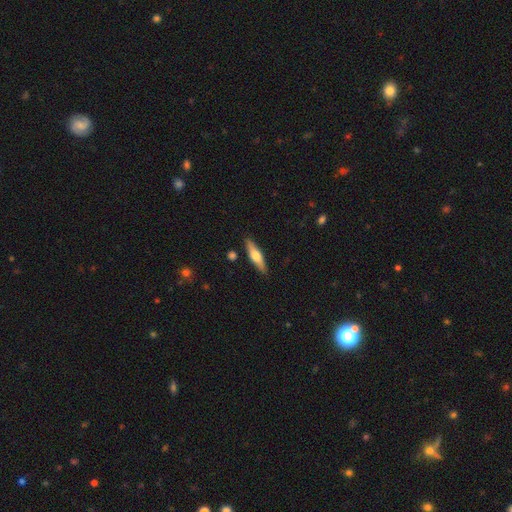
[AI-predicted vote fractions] smooth_or_featured: smooth (p=0.49) [alt: featured or disk p=0.45]
merging: none (p=0.88) [alt: minor disturbance p=0.09]